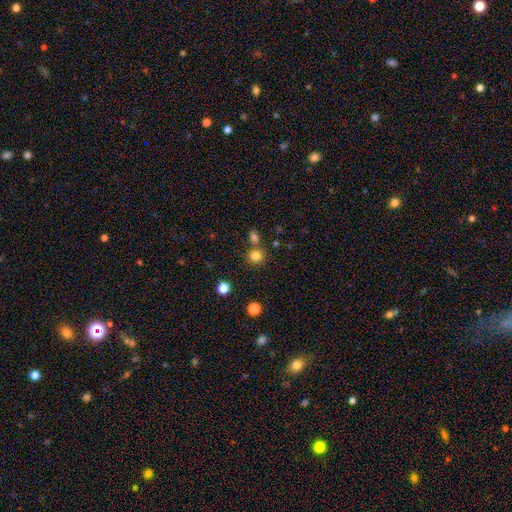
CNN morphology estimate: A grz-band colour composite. It shows a smooth galaxy with no disk features (81%) that is round (89%). Merging: none (72%).